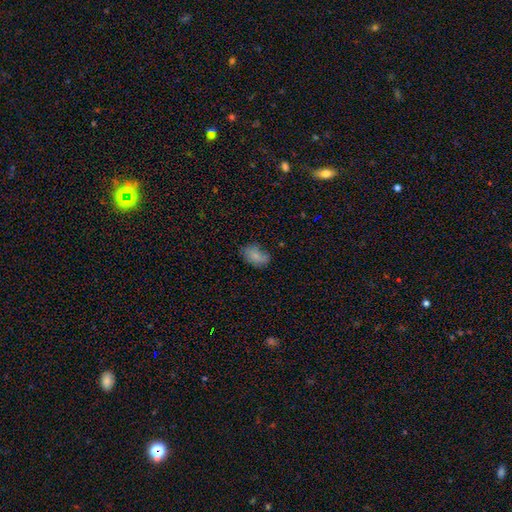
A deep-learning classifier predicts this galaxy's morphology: Smooth or featured? smooth (80%)
How rounded? in between (87%)
Merging? none (67%)